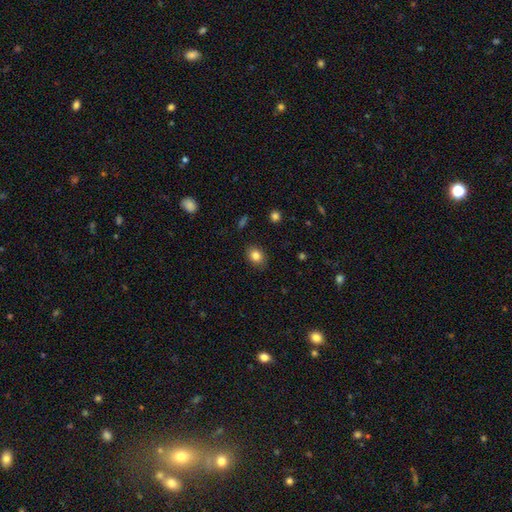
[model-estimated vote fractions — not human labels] This is clearly a smooth galaxy (82%). How rounded: possibly in between (53%). Merging: clearly none (86%).